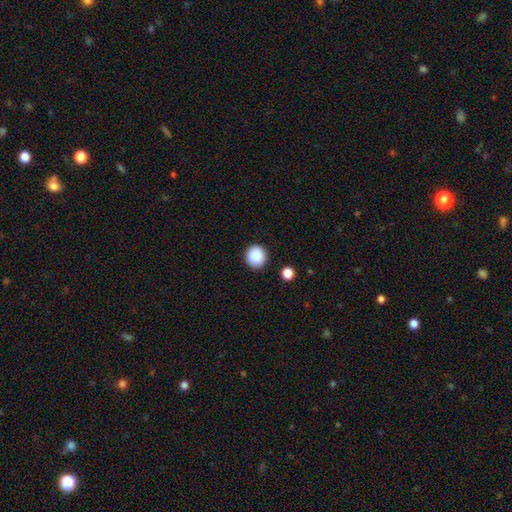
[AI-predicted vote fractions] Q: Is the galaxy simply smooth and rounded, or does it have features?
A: smooth — 88%.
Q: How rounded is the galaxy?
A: round — 88%.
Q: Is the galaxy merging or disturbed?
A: none — 90%.